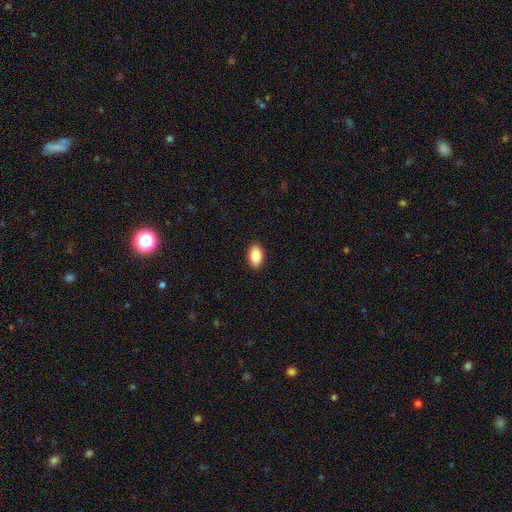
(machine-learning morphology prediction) smooth-or-featured: smooth: 89% | star or artifact: 7% | featured or disk: 4%
  how-rounded: in between: 93% | round: 5% | cigar-shaped: 2%
  merging: none: 90% | minor disturbance: 7% | major disturbance: 2% | merger: 1%